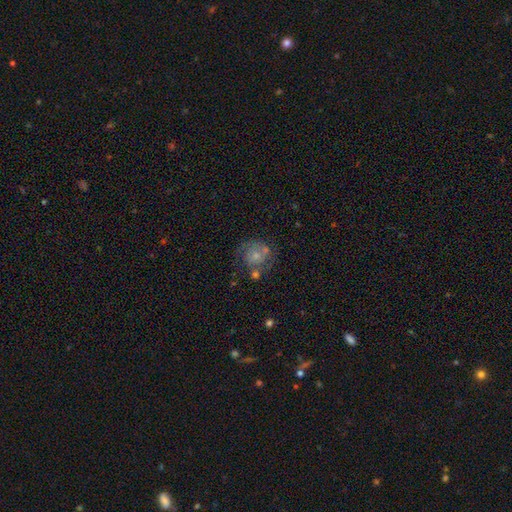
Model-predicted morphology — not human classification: Smooth or featured: featured or disk — 62% (smooth — 23%)
Edge-on disk: no — 98% (yes — 2%)
Bar: no — 75% (weak — 21%)
Spiral arms: yes — 84% (no — 16%)
Spiral winding: tight — 46% (medium — 40%)
Spiral arm count: 2 — 57% (can't tell — 22%)
Bulge size: small — 52% (moderate — 36%)
Merging: none — 63% (minor disturbance — 17%)